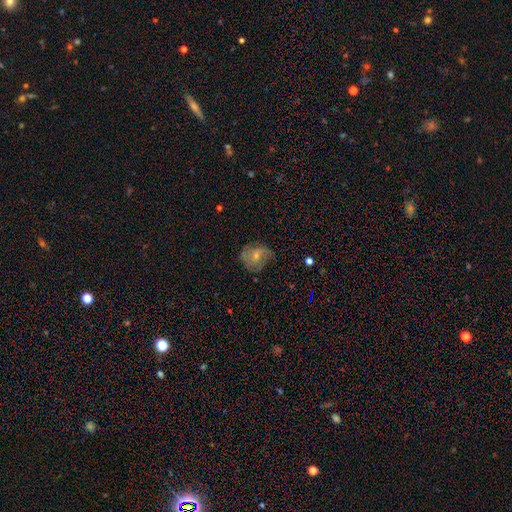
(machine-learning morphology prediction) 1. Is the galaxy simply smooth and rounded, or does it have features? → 49% smooth, 43% featured or disk, 9% star or artifact.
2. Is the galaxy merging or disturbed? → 56% none, 29% minor disturbance, 14% major disturbance, 2% merger.